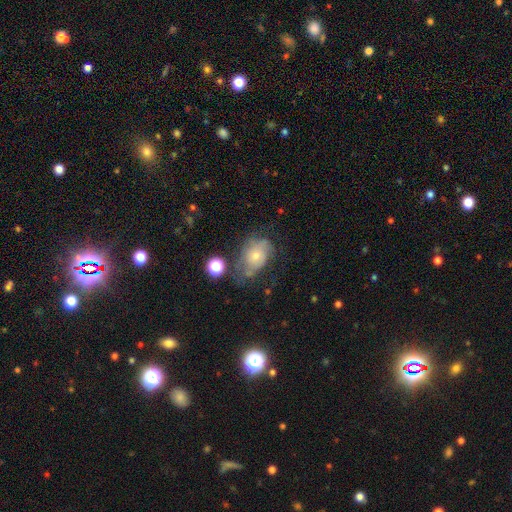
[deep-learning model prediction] A smooth galaxy with no disk features (49%). Merging: none (37%).